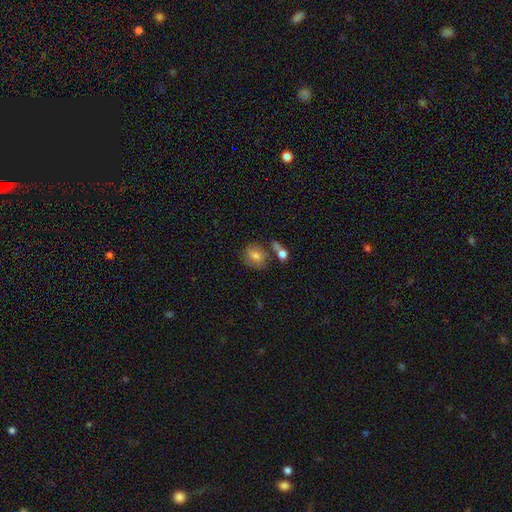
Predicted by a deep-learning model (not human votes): Smooth or featured? smooth (74%)
How rounded? round (65%)
Merging? none (60%)